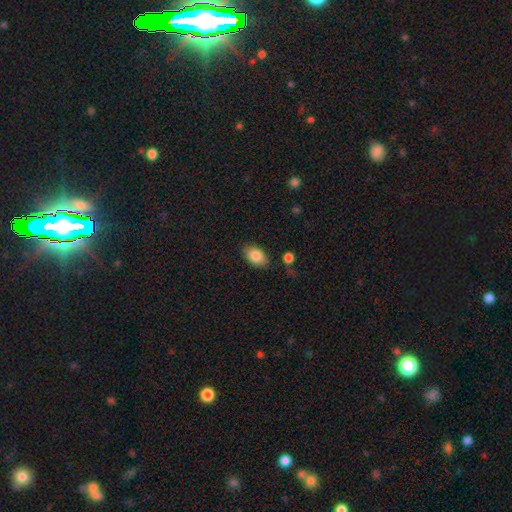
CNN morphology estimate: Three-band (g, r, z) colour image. It shows a smooth galaxy with no disk features (86%) that is in between round and cigar-shaped (90%). Merging: none (83%).